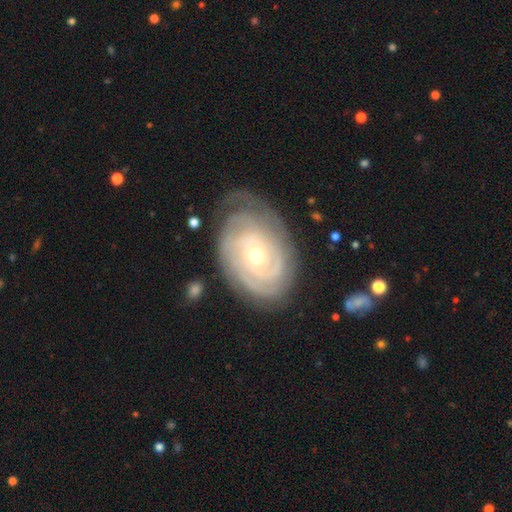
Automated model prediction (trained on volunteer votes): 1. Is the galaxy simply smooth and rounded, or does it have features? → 86% featured or disk, 9% smooth, 5% star or artifact.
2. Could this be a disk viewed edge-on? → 96% no, 4% yes.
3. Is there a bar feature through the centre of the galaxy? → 73% no, 21% weak, 6% strong.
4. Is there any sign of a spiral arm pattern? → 96% yes, 4% no.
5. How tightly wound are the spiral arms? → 79% tight, 17% medium, 4% loose.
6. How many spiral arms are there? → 32% can't tell, 23% 3, 20% 2, 14% 4, 6% more than 4, 6% 1.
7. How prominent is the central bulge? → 59% small, 38% moderate, 1% large, 1% none, 1% dominant.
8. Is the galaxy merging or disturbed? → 70% none, 20% minor disturbance, 8% major disturbance, 2% merger.